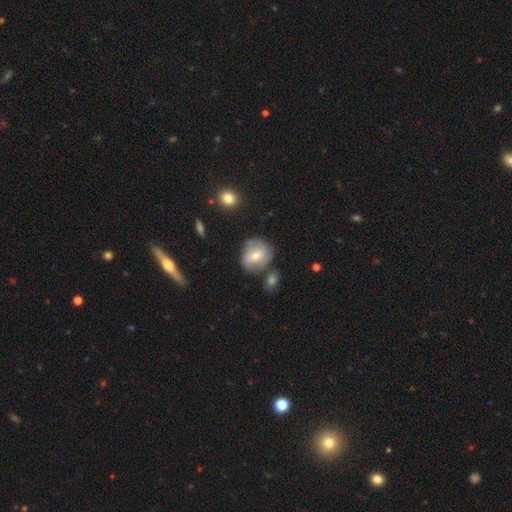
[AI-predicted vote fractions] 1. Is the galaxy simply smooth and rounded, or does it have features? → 47% smooth, 45% featured or disk, 8% star or artifact.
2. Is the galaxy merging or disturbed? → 60% none, 22% minor disturbance, 11% merger, 7% major disturbance.